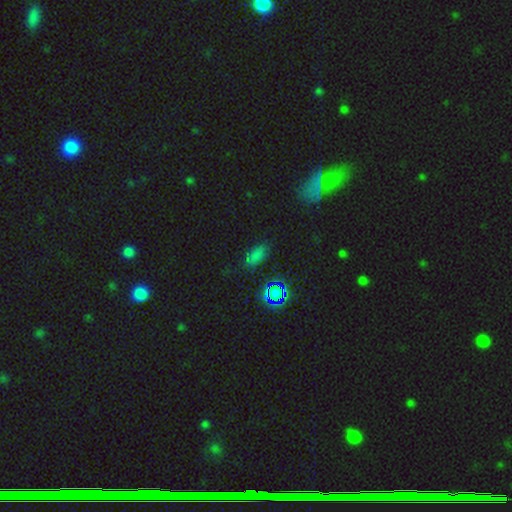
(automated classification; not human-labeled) Morphology: type=smooth (57%); roundness=in between (81%); merging=none (76%).